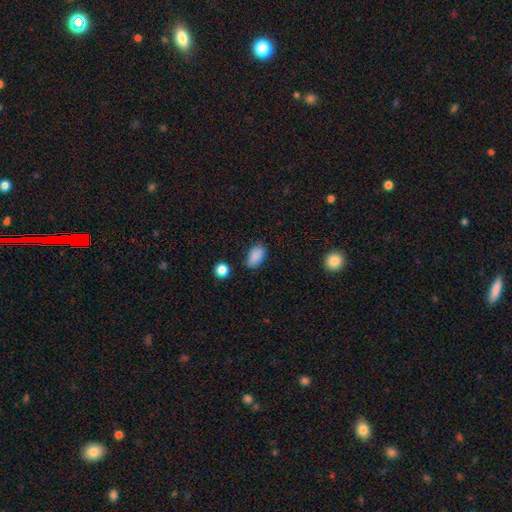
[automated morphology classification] This appears to be a smooth galaxy with no disk features (87%) that is in between round and cigar-shaped (90%). Merging: none (75%).